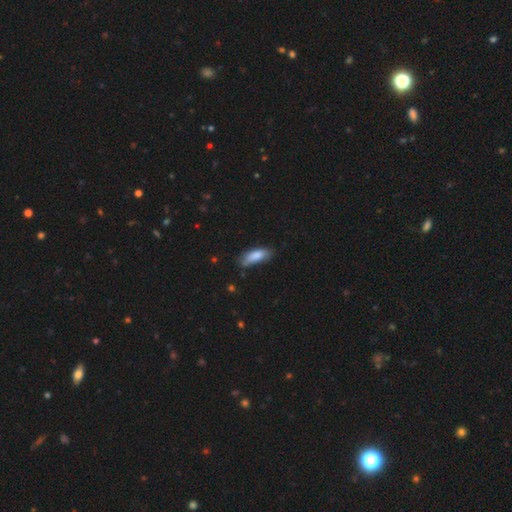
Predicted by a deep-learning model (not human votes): Smooth or featured: smooth — 83% (featured or disk — 11%)
How rounded: in between — 65% (cigar-shaped — 33%)
Merging: none — 64% (minor disturbance — 28%)